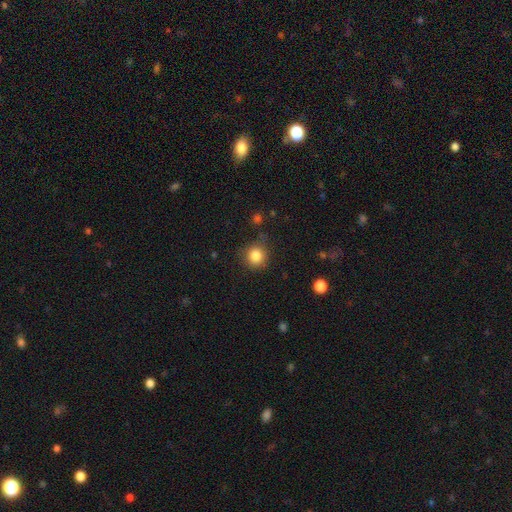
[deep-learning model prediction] Smooth or featured? Predicted: smooth (p=0.84). How rounded? Predicted: round (p=0.91). Merging? Predicted: none (p=0.81).